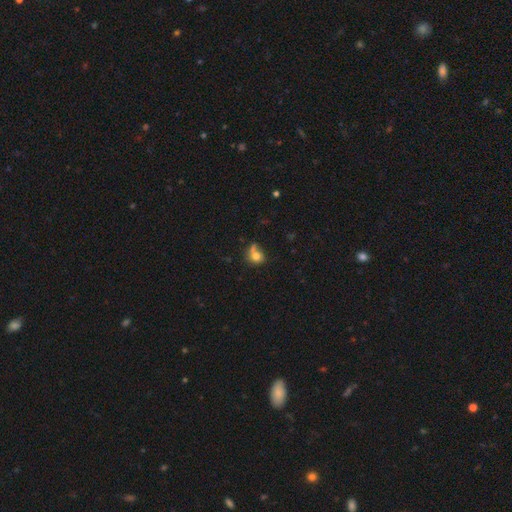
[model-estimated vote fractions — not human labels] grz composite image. It shows a smooth galaxy with no disk features (75%) that is round (71%). Merging: none (40%).